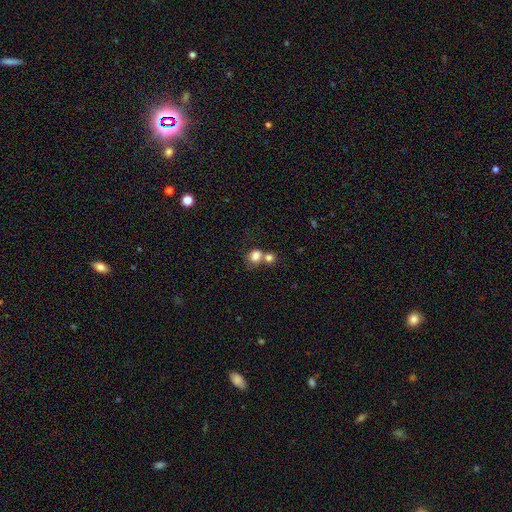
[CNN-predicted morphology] type=smooth (80%); roundness=round (64%); merging=merger (52%).